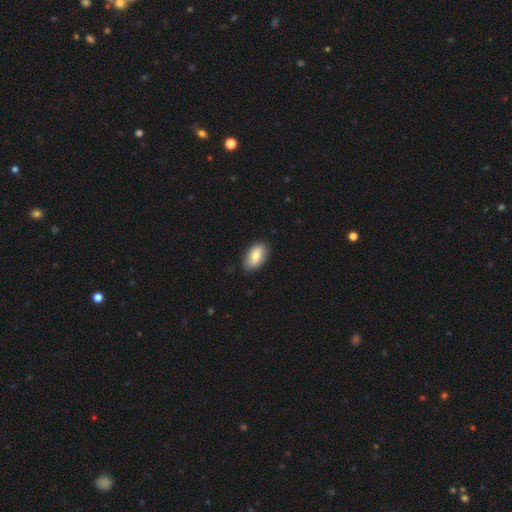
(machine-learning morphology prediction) Smooth or featured: smooth — 77% (featured or disk — 17%)
How rounded: in between — 93% (round — 5%)
Merging: none — 85% (minor disturbance — 12%)